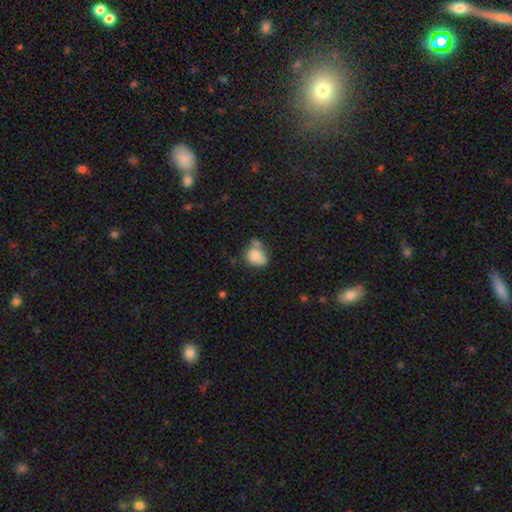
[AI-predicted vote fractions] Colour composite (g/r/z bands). It shows a smooth galaxy with no disk features (74%) that is round (64%). Merging: none (40%).